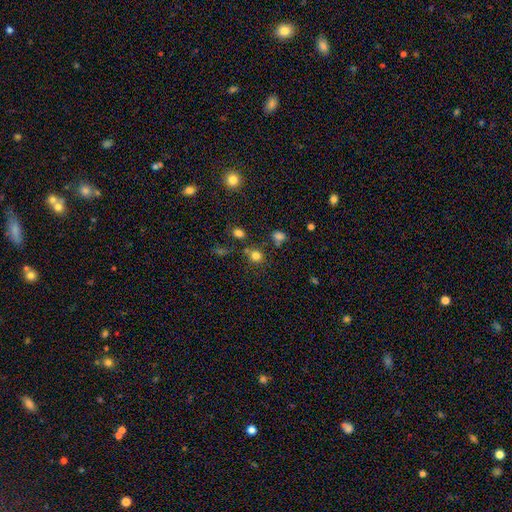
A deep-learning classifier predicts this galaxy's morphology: Smooth or featured? smooth (77%)
How rounded? round (83%)
Merging? none (69%)